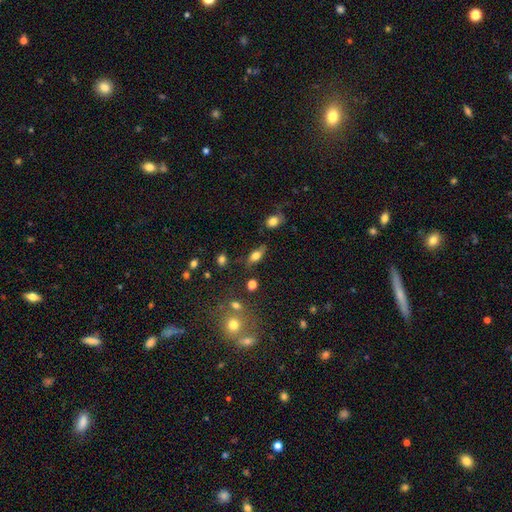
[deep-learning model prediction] Smooth or featured: smooth — 64% (featured or disk — 26%)
How rounded: in between — 76% (cigar-shaped — 16%)
Merging: none — 74% (minor disturbance — 17%)